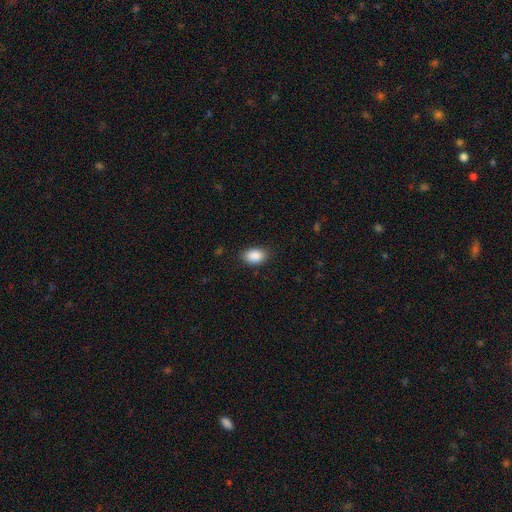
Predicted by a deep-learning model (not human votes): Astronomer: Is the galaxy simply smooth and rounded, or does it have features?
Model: smooth — 89%.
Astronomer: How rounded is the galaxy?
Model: in between — 87%.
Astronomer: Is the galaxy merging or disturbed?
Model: none — 86%.